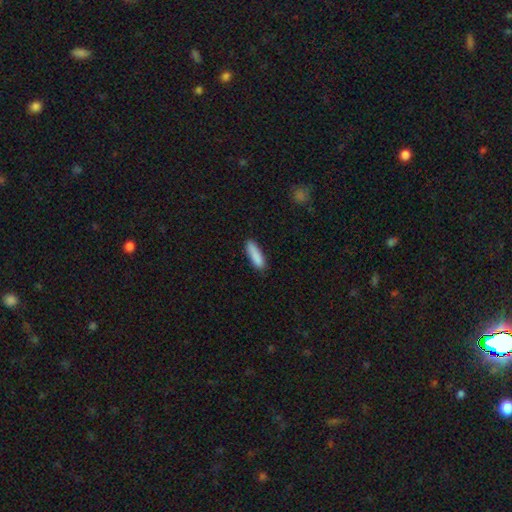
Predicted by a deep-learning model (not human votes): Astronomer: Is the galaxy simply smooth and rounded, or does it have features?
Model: smooth — 88%.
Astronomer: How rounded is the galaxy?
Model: cigar-shaped — 67%.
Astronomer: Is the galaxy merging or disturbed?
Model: none — 84%.